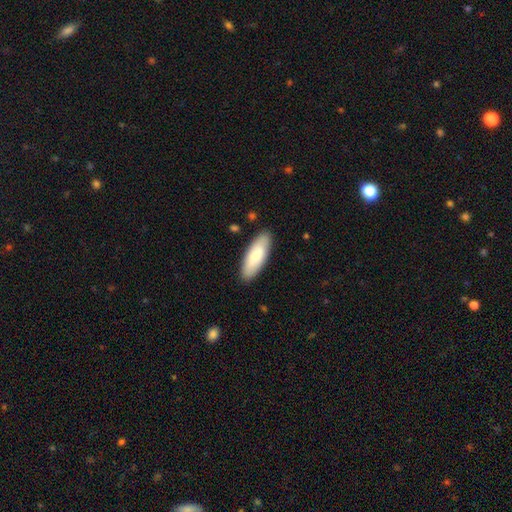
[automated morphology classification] Smooth or featured: smooth — 81% (featured or disk — 15%)
How rounded: in between — 68% (cigar-shaped — 30%)
Merging: none — 88% (minor disturbance — 9%)